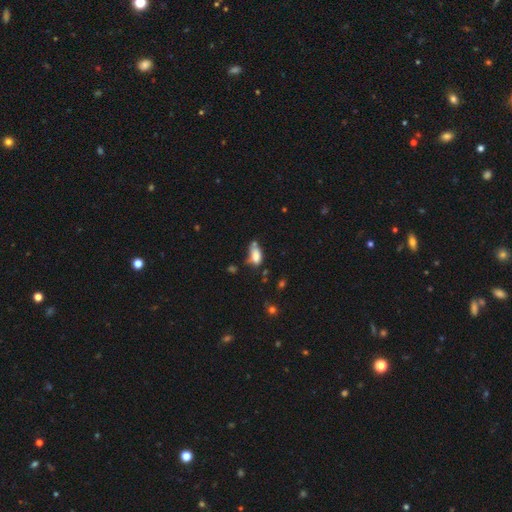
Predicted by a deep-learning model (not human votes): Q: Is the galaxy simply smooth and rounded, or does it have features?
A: smooth — 76%.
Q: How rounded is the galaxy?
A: in between — 89%.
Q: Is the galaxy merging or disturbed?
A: none — 33%.